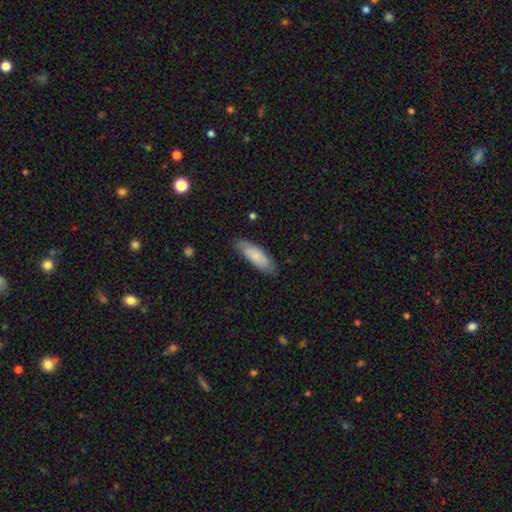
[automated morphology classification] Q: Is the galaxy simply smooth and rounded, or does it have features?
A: smooth — 81%.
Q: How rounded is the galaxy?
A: in between — 57%.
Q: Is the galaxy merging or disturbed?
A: none — 81%.